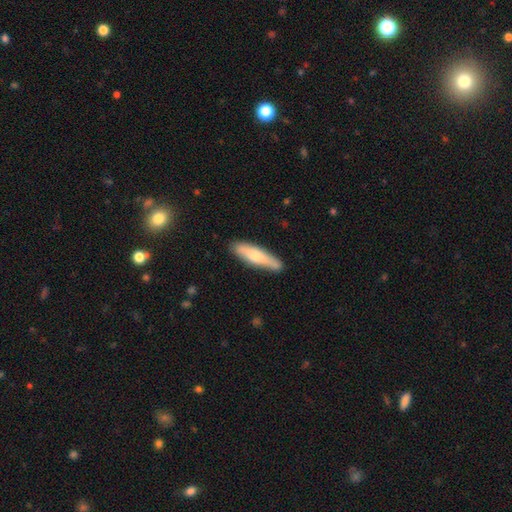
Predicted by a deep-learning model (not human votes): Smooth or featured? smooth (65%)
How rounded? cigar-shaped (77%)
Merging? none (82%)